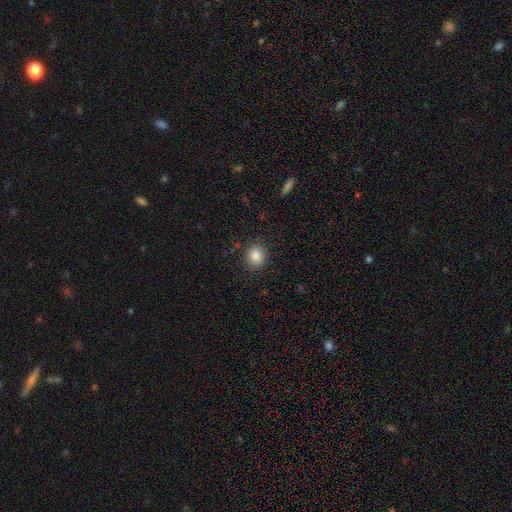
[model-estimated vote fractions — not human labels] This is clearly a smooth galaxy (86%). How rounded: likely round (77%). Merging: clearly none (87%).